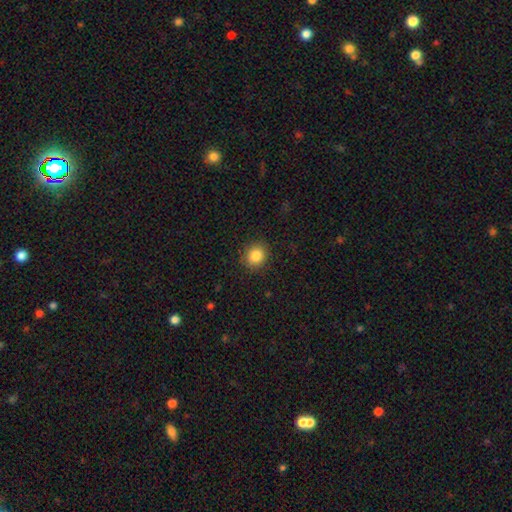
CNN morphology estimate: Smooth or featured?
  - smooth: 86% *
  - star or artifact: 10%
  - featured or disk: 5%
How rounded?
  - round: 78% *
  - in between: 21%
  - cigar-shaped: 1%
Merging?
  - none: 88% *
  - minor disturbance: 9%
  - major disturbance: 3%
  - merger: 1%